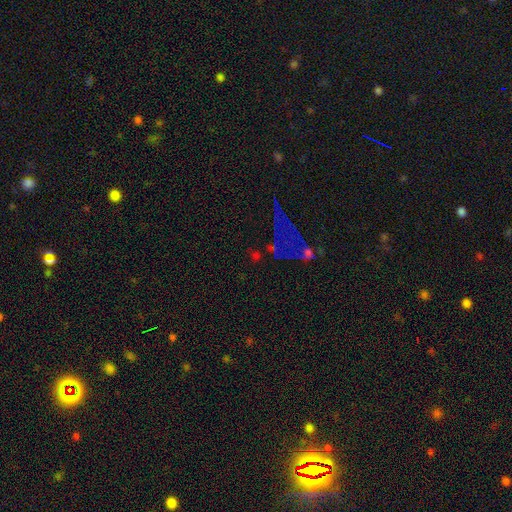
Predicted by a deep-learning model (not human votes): Smooth or featured? star or artifact (52%)